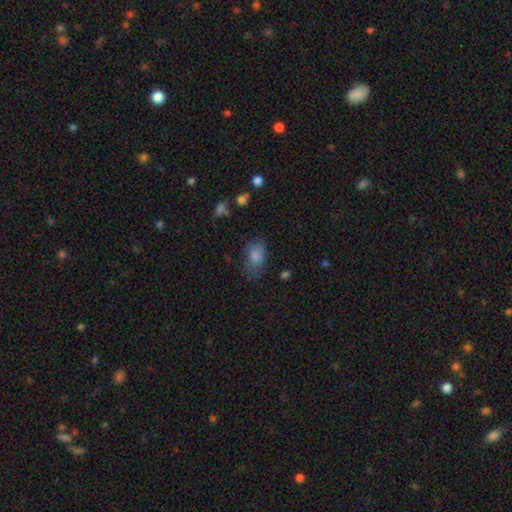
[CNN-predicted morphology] A smooth galaxy with no disk features (82%) that is in between round and cigar-shaped (86%).

Vote fractions:
- Smooth or featured? smooth: 82% / featured or disk: 10% / star or artifact: 9%
- How rounded? in between: 86% / round: 12% / cigar-shaped: 2%
- Merging? none: 61% / minor disturbance: 26% / major disturbance: 11% / merger: 2%